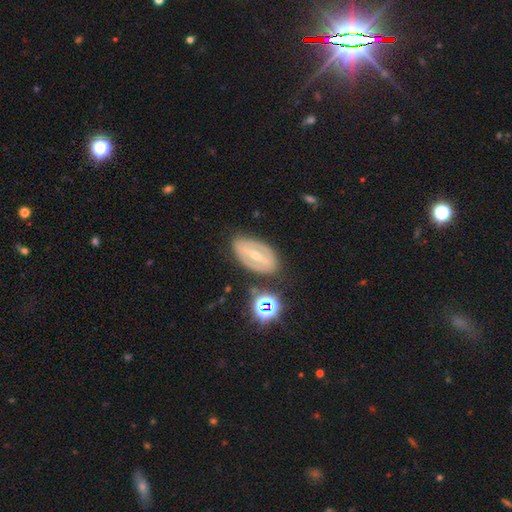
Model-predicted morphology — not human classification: Q: Smooth or featured?
A: featured or disk (70%); runner-up: smooth (21%)
Q: Edge-on disk?
A: no (89%); runner-up: yes (11%)
Q: Bar?
A: strong (60%); runner-up: weak (27%)
Q: Spiral arms?
A: no (52%); runner-up: yes (48%)
Q: Bulge size?
A: small (53%); runner-up: moderate (42%)
Q: Merging?
A: none (78%); runner-up: minor disturbance (14%)